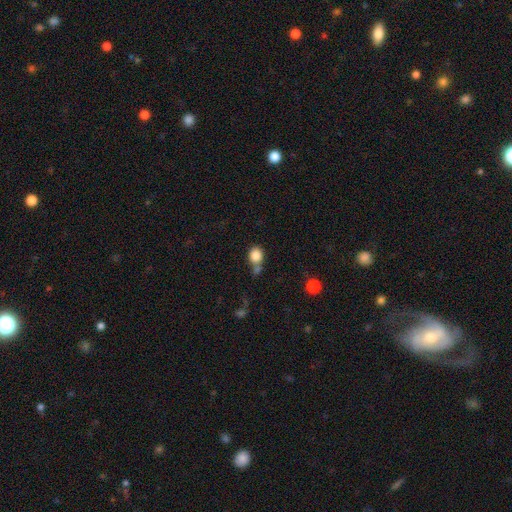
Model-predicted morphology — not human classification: Smooth or featured? Predicted: smooth (p=0.85). How rounded? Predicted: round (p=0.73). Merging? Predicted: none (p=0.51).